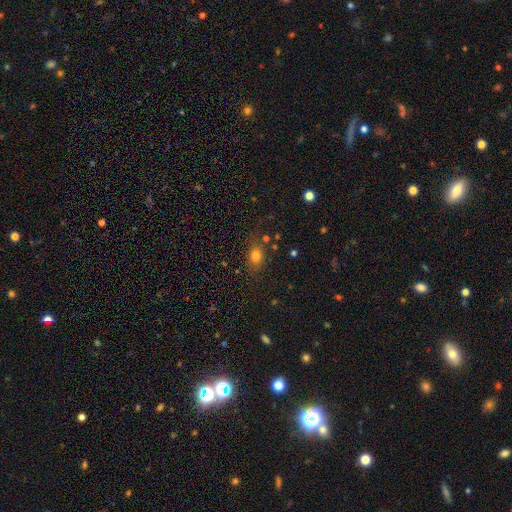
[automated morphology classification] smooth 77%, star or artifact 14%, featured or disk 9%. Down the decision tree: how rounded — in between (61%); merging — none (75%).